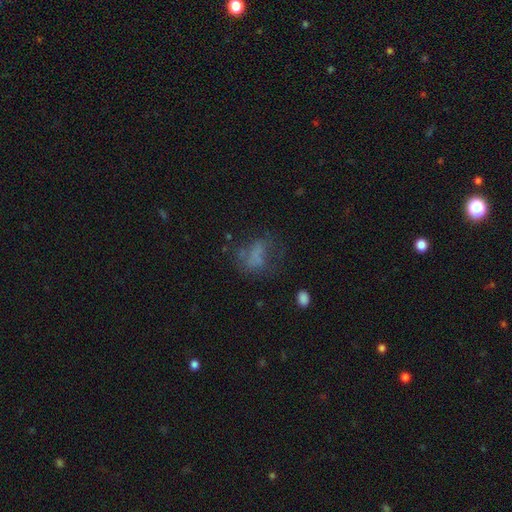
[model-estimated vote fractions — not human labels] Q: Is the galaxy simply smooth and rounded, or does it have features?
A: smooth — 48%.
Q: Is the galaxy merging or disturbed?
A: none — 39%.